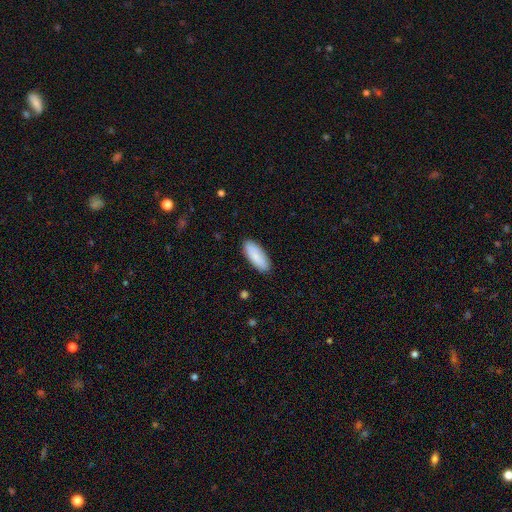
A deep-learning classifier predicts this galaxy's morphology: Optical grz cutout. It shows a smooth galaxy with no disk features (87%) that is in between round and cigar-shaped (74%). Merging: none (89%).